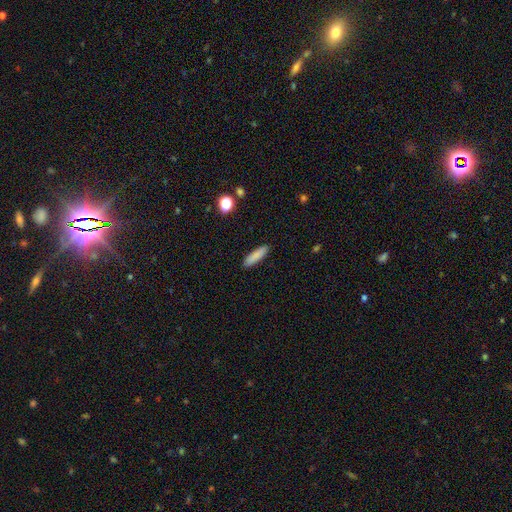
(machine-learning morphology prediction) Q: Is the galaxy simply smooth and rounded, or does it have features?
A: smooth — 85%.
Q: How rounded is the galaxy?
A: cigar-shaped — 76%.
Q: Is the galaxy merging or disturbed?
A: none — 90%.